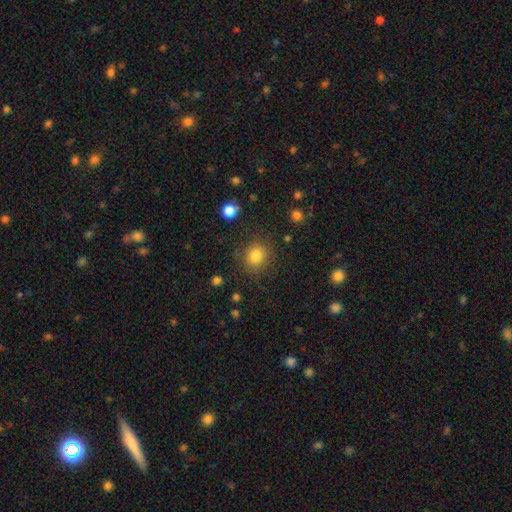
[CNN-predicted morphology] type=smooth (82%); roundness=round (80%); merging=none (82%).